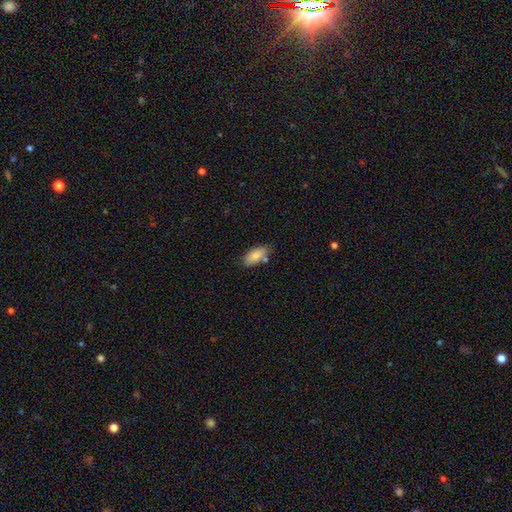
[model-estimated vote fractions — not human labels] Q: Smooth or featured?
A: smooth (84%); runner-up: featured or disk (9%)
Q: How rounded?
A: in between (90%); runner-up: cigar-shaped (8%)
Q: Merging?
A: none (70%); runner-up: minor disturbance (18%)